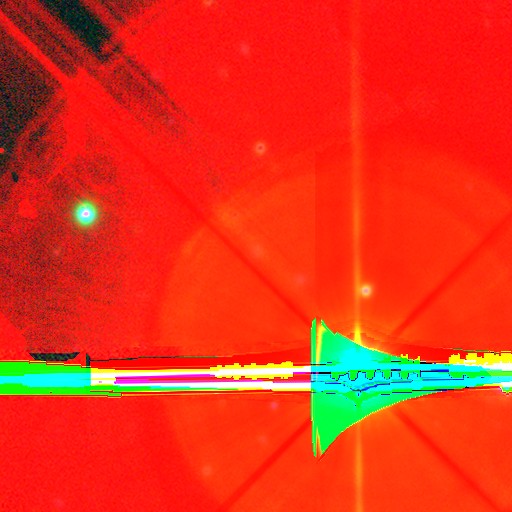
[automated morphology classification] Overall: star or artifact (90%).